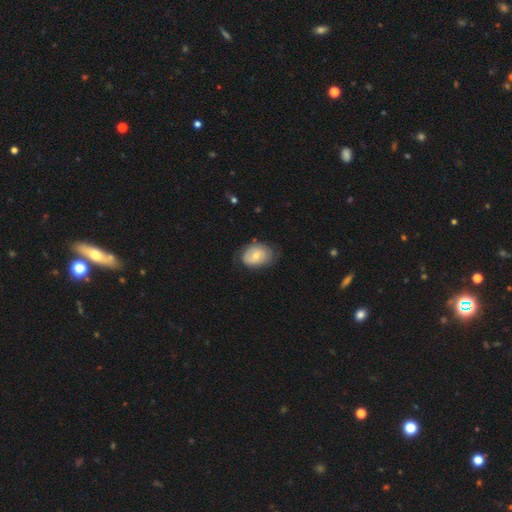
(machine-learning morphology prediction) Smooth or featured? smooth (55%)
How rounded? in between (72%)
Merging? none (62%)